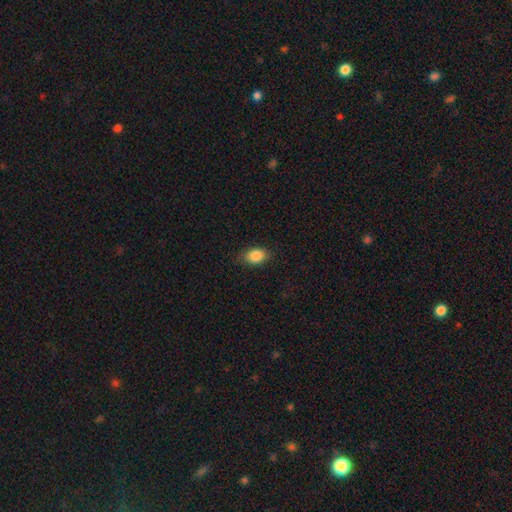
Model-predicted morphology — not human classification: Smooth or featured?
  - smooth: 86% *
  - star or artifact: 8%
  - featured or disk: 5%
How rounded?
  - in between: 78% *
  - round: 20%
  - cigar-shaped: 2%
Merging?
  - none: 81% *
  - minor disturbance: 15%
  - major disturbance: 3%
  - merger: 1%